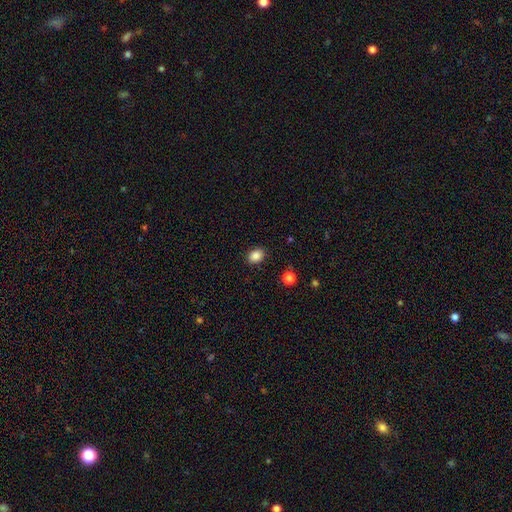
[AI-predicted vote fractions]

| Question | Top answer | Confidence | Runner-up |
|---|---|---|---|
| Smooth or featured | smooth | 86% | star or artifact (10%) |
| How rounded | in between | 60% | round (39%) |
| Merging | none | 88% | minor disturbance (8%) |